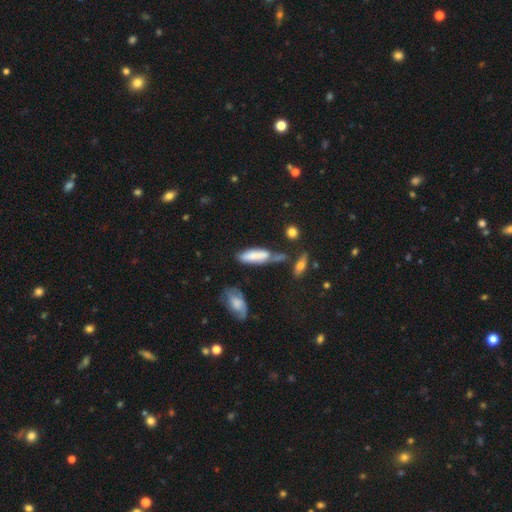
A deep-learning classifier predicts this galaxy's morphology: smooth 71%, featured or disk 21%, star or artifact 8%. Down the decision tree: how rounded — cigar-shaped (52%); merging — none (43%).